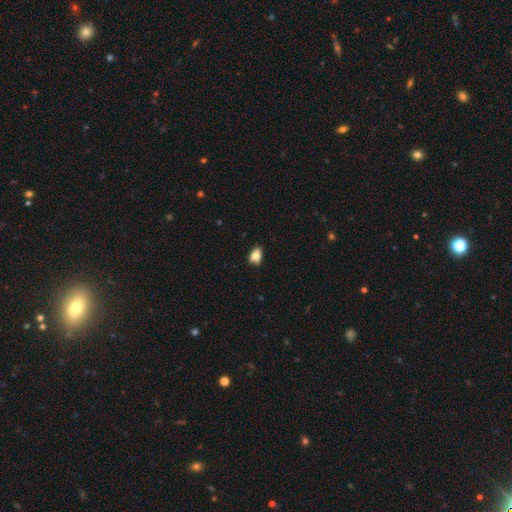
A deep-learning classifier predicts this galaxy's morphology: A smooth galaxy with no disk features (82%) that is in between round and cigar-shaped (82%). Merging: none (71%).